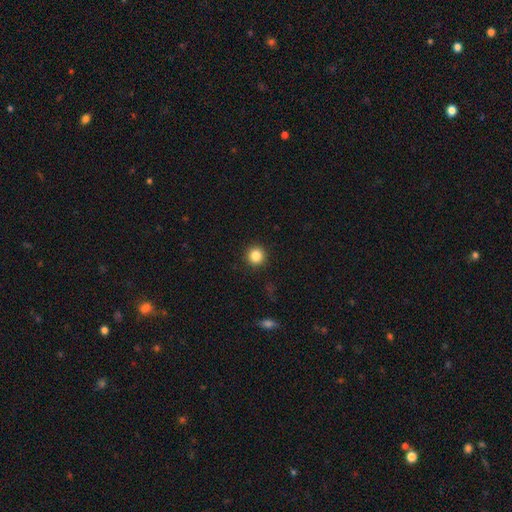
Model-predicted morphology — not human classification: type=smooth (85%); roundness=round (94%); merging=none (92%).